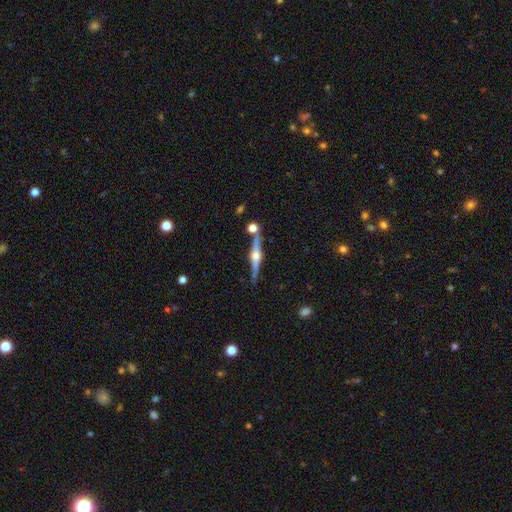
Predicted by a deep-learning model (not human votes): Smooth or featured? featured or disk (84%)
Edge-on disk? yes (98%)
Edge-on bulge? rounded (95%)
Merging? none (82%)